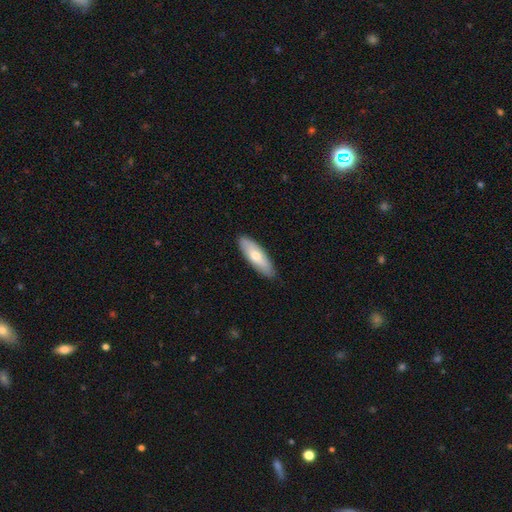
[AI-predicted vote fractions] Smooth or featured?
  - smooth: 67% *
  - featured or disk: 28%
  - star or artifact: 5%
How rounded?
  - in between: 58% *
  - cigar-shaped: 40%
  - round: 2%
Merging?
  - none: 87% *
  - minor disturbance: 10%
  - major disturbance: 2%
  - merger: 1%